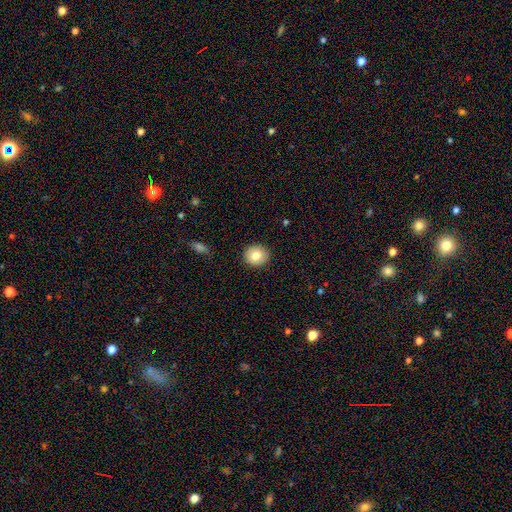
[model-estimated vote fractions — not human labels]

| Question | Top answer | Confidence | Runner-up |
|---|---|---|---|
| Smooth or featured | smooth | 82% | featured or disk (10%) |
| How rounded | round | 86% | in between (13%) |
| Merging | none | 91% | minor disturbance (6%) |